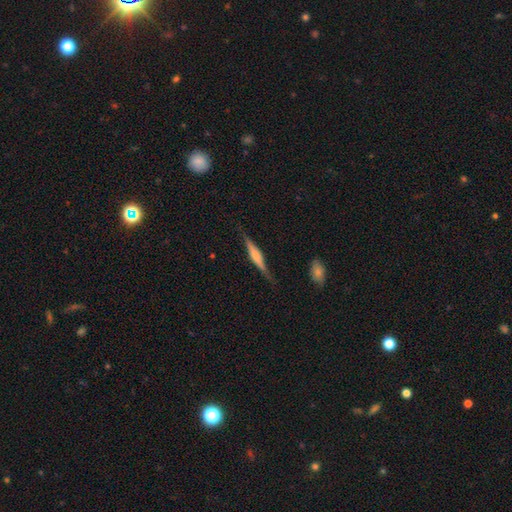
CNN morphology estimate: This appears to be a featured or disk galaxy (68%) viewed edge-on (97%) with a rounded central bulge (59%). Merging: none (83%).